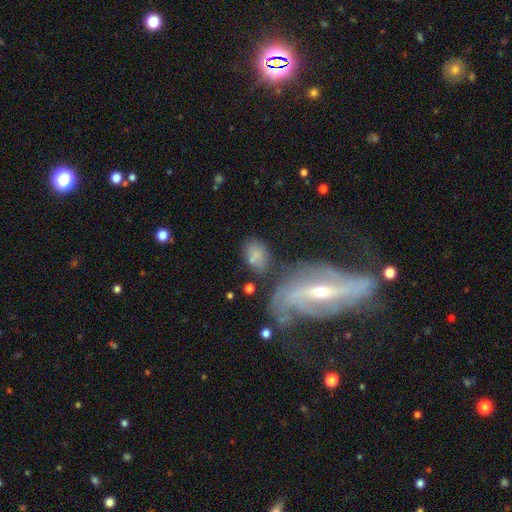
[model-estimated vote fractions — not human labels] Smooth or featured? smooth (69%)
How rounded? in between (85%)
Merging? none (47%)